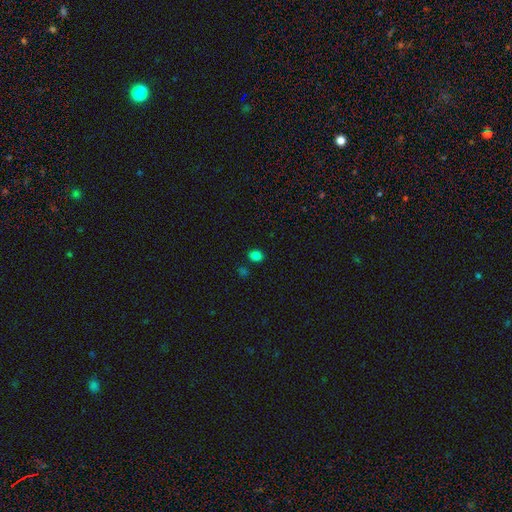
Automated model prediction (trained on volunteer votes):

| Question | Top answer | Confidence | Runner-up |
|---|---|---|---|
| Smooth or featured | smooth | 82% | star or artifact (14%) |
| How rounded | round | 53% | in between (46%) |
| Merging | none | 84% | minor disturbance (8%) |